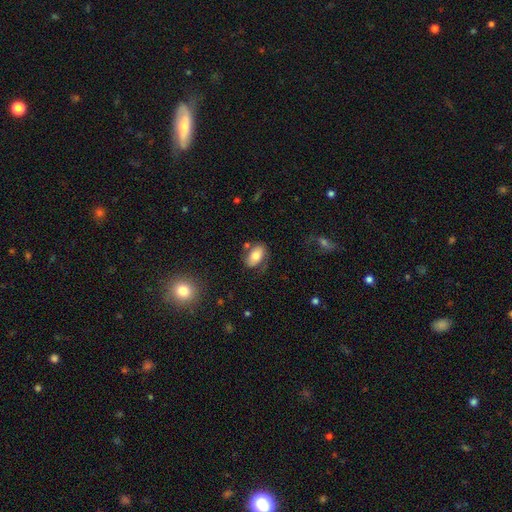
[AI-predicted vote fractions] The model was most divided on "merging": none: 63%, minor disturbance: 21%, major disturbance: 10%, merger: 6%. More confident: how rounded — in between (91%); smooth or featured — smooth (70%).